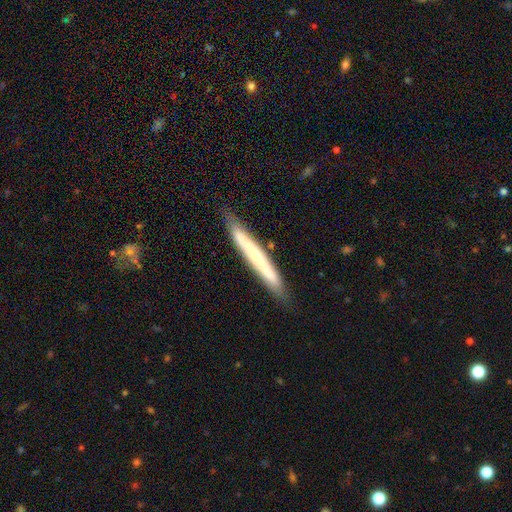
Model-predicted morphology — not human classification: smooth-or-featured: featured or disk: 48% | smooth: 46% | star or artifact: 6%
  merging: none: 83% | minor disturbance: 13% | major disturbance: 2% | merger: 2%